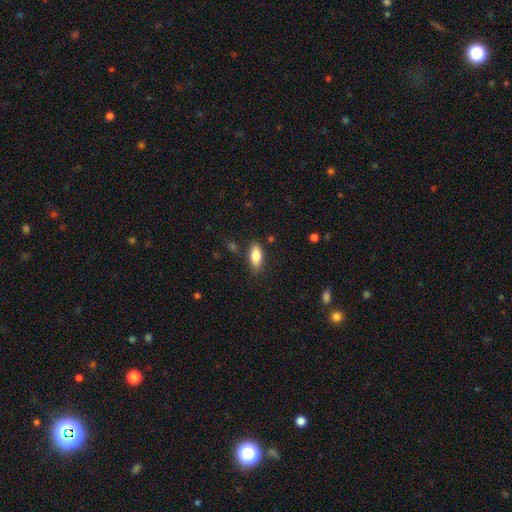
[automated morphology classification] The model was most divided on "merging": none: 81%, minor disturbance: 13%, major disturbance: 3%, merger: 2%. More confident: how rounded — in between (86%); smooth or featured — smooth (82%).